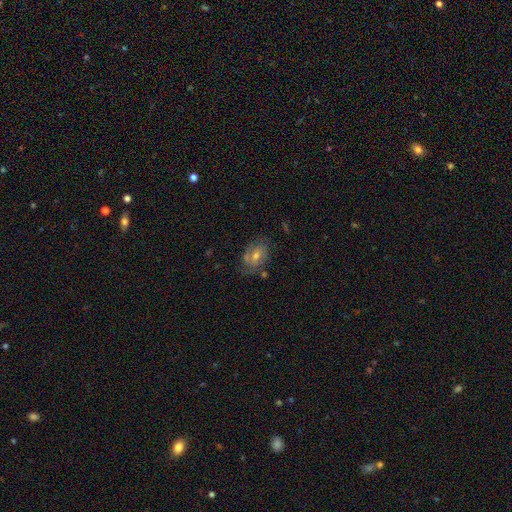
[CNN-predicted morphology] featured or disk 64%, smooth 22%, star or artifact 15%. Down the decision tree: edge-on disk — no (96%); bar — no (56%); spiral arms — yes (84%); spiral arm count — 2 (48%); spiral winding — tight (47%); bulge size — moderate (54%); merging — none (72%).